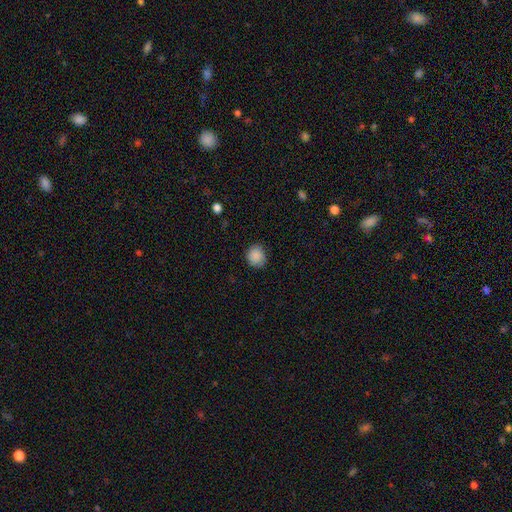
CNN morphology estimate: Q: Smooth or featured?
A: smooth (88%); runner-up: star or artifact (8%)
Q: How rounded?
A: round (77%); runner-up: in between (23%)
Q: Merging?
A: none (83%); runner-up: minor disturbance (14%)